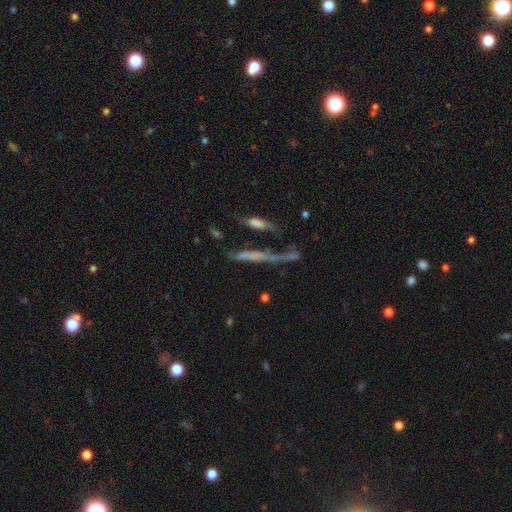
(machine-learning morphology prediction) smooth_or_featured: smooth (p=0.42) [alt: featured or disk p=0.40]
merging: none (p=0.39) [alt: merger p=0.29]